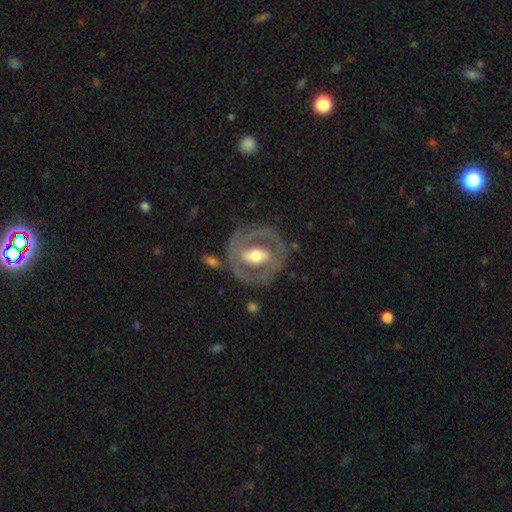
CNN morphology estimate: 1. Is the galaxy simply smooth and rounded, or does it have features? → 72% featured or disk, 23% smooth, 5% star or artifact.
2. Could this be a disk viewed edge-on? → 94% no, 6% yes.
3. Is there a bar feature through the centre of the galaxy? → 41% strong, 31% weak, 28% no.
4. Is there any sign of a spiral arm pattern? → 64% no, 36% yes.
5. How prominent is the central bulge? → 67% moderate, 19% large, 11% small, 1% dominant, 1% none.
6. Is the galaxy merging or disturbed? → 74% none, 14% minor disturbance, 9% major disturbance, 3% merger.